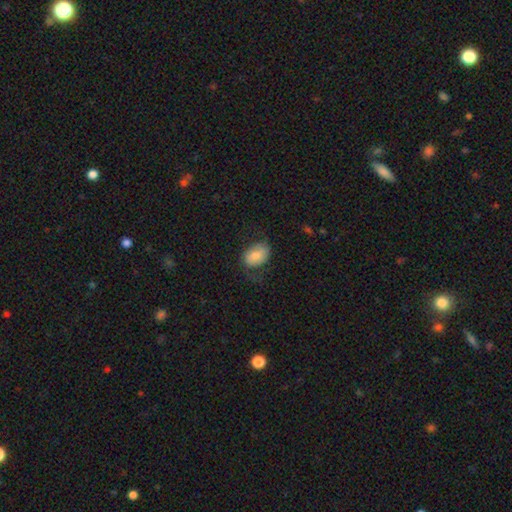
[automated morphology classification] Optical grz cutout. It shows a smooth galaxy with no disk features (68%) that is in between round and cigar-shaped (80%). Merging: none (56%).